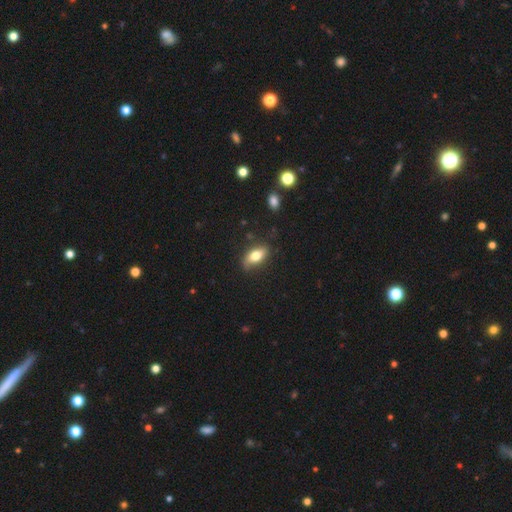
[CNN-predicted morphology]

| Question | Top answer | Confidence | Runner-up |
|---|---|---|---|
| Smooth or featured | smooth | 73% | featured or disk (20%) |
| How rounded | in between | 85% | cigar-shaped (9%) |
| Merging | none | 74% | minor disturbance (20%) |